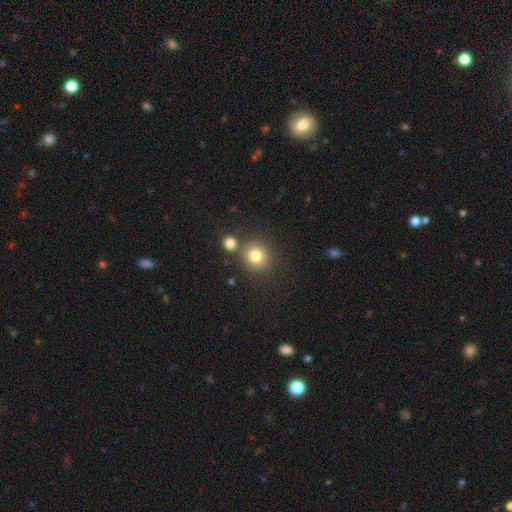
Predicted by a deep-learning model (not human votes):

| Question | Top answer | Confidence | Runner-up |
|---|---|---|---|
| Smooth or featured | smooth | 80% | star or artifact (12%) |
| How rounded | round | 89% | in between (10%) |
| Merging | none | 75% | merger (13%) |